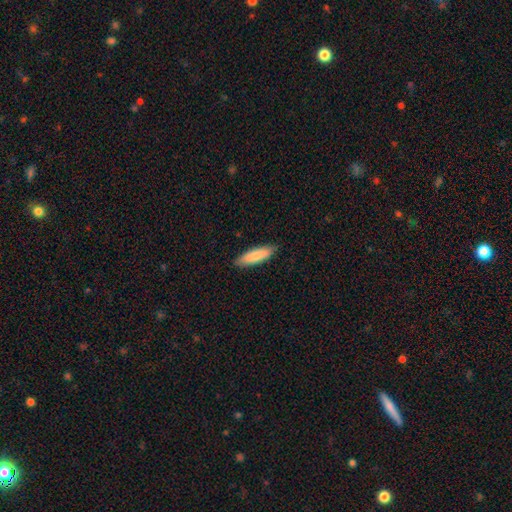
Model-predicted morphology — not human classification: Q: Smooth or featured?
A: smooth (83%); runner-up: featured or disk (12%)
Q: How rounded?
A: cigar-shaped (64%); runner-up: in between (35%)
Q: Merging?
A: none (87%); runner-up: minor disturbance (10%)